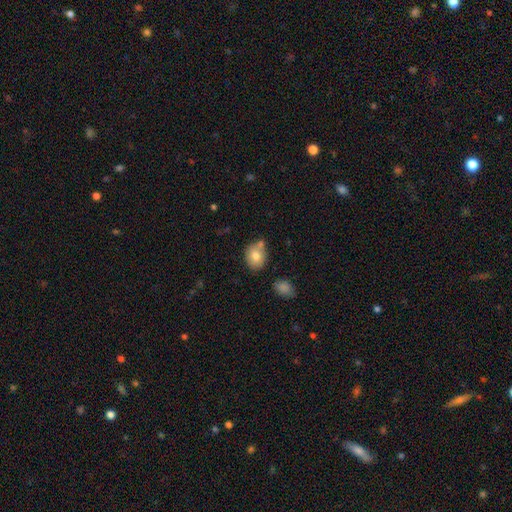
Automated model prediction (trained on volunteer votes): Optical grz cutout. It shows a smooth galaxy with no disk features (77%) that is round (52%). Merging: none (61%).